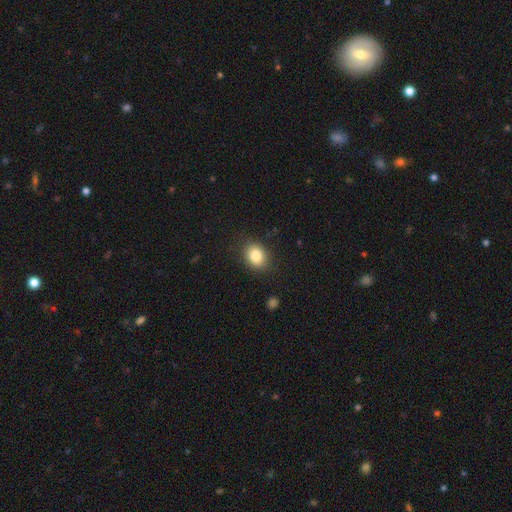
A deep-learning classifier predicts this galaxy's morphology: smooth 84%, star or artifact 9%, featured or disk 7%. Down the decision tree: how rounded — in between (57%); merging — none (86%).